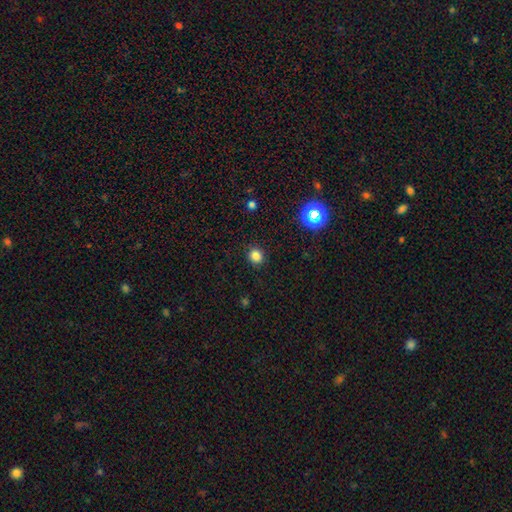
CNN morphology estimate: Smooth or featured? Predicted: smooth (p=0.82). How rounded? Predicted: round (p=0.84). Merging? Predicted: none (p=0.90).